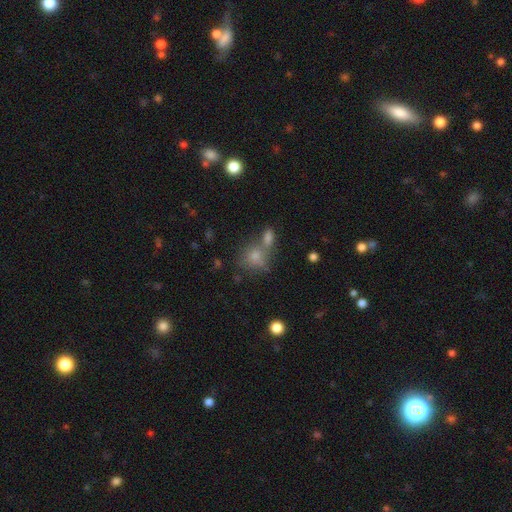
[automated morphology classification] The model was most divided on "merging": none: 54%, merger: 31%, minor disturbance: 10%, major disturbance: 5%. More confident: how rounded — round (77%); smooth or featured — smooth (64%).